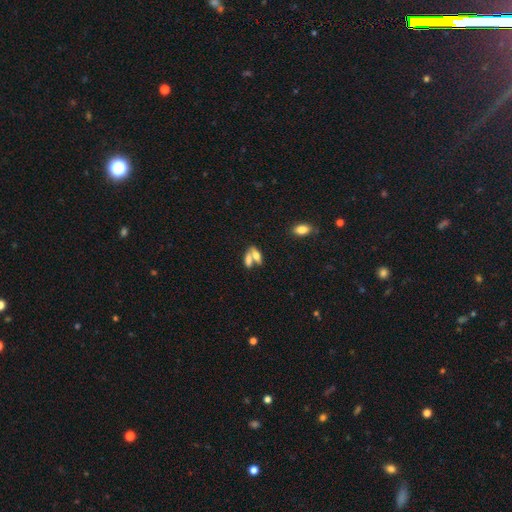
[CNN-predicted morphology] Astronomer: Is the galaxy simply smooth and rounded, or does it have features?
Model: smooth — 63%.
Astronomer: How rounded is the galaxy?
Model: in between — 73%.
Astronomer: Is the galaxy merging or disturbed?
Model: merger — 50% (runner-up: none, 35%).